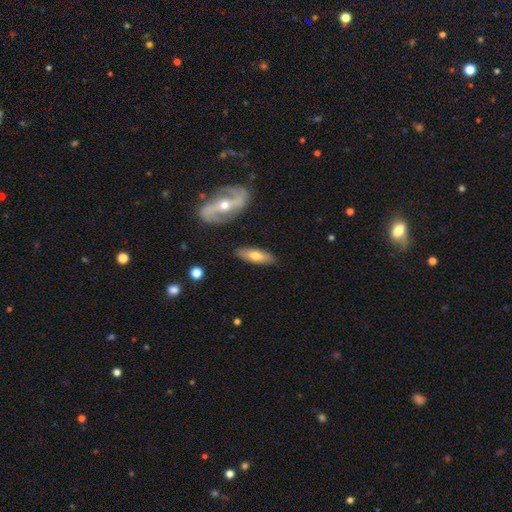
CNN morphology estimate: Smooth or featured? smooth (59%)
How rounded? in between (56%)
Merging? none (85%)